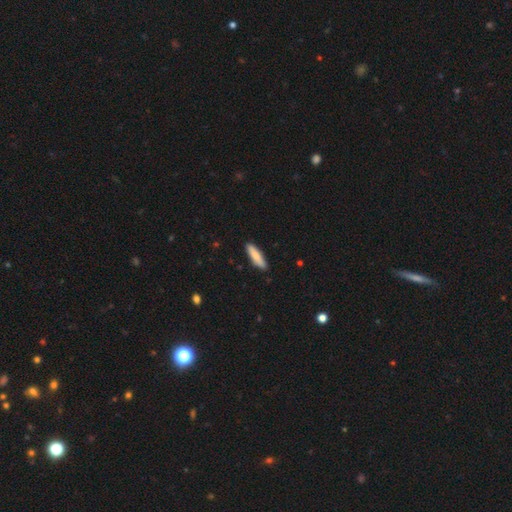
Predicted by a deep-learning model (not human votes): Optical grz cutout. It shows a smooth galaxy with no disk features (81%) that is cigar-shaped (76%). Merging: none (89%).